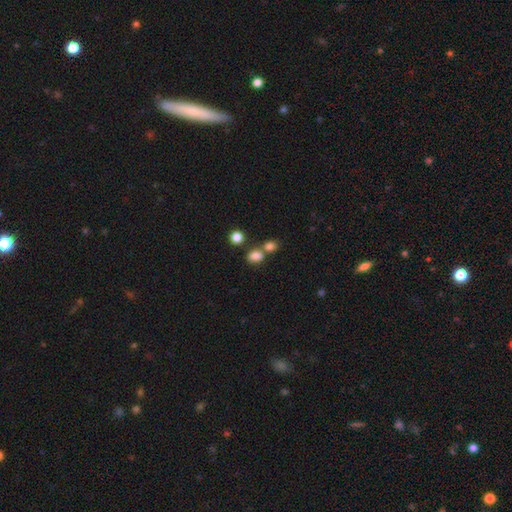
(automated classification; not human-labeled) The model was most divided on "merging": none: 45%, merger: 39%, minor disturbance: 11%, major disturbance: 5%. More confident: smooth or featured — smooth (81%); how rounded — in between (67%).